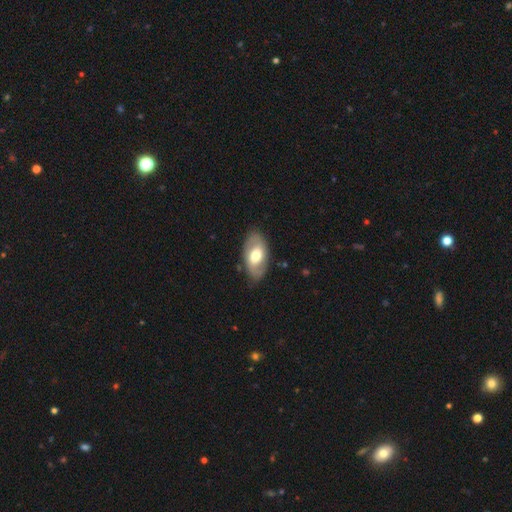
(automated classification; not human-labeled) The model was most divided on "smooth or featured": featured or disk: 49%, smooth: 46%, star or artifact: 5%. More confident: merging — none (81%).